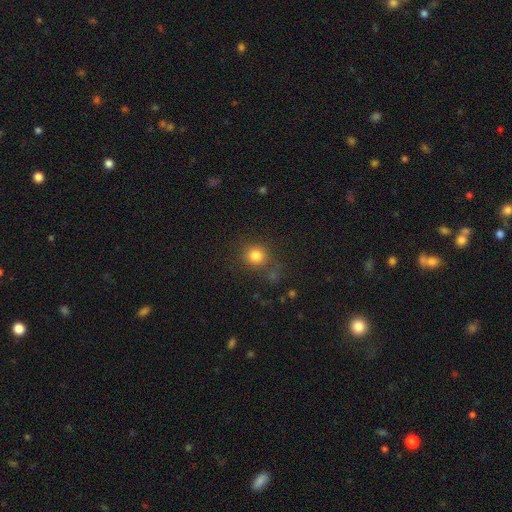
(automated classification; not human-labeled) Smooth or featured? Predicted: smooth (p=0.81). How rounded? Predicted: round (p=0.88). Merging? Predicted: none (p=0.74).